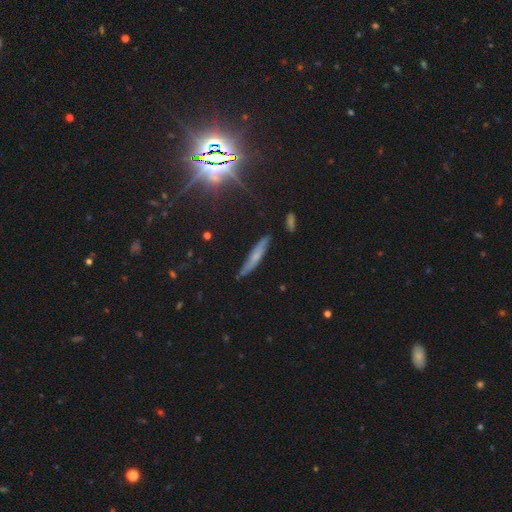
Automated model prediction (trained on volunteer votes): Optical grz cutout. It shows a smooth galaxy with no disk features (47%). Merging: none (80%).